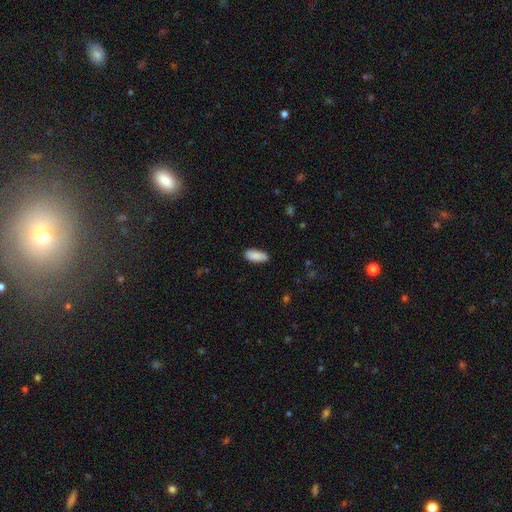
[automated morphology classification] Smooth or featured? Predicted: smooth (p=0.89). How rounded? Predicted: in between (p=0.84). Merging? Predicted: none (p=0.81).